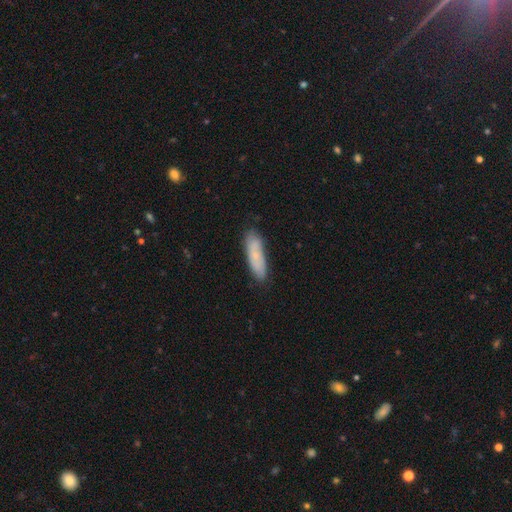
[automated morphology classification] smooth-or-featured: smooth: 64% | featured or disk: 29% | star or artifact: 7%
  how-rounded: cigar-shaped: 55% | in between: 43% | round: 2%
  merging: none: 79% | minor disturbance: 17% | major disturbance: 3% | merger: 2%